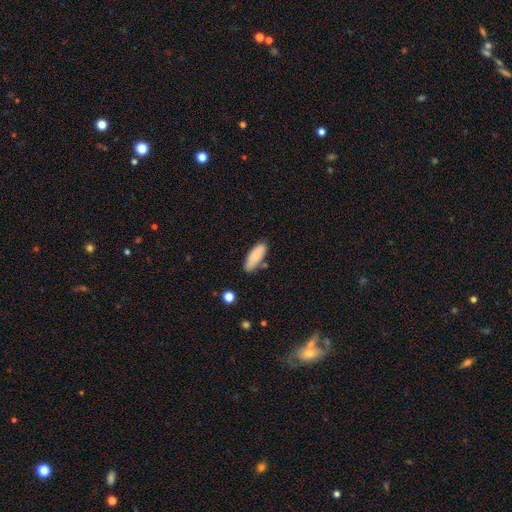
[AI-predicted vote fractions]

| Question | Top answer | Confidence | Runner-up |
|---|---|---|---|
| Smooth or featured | smooth | 85% | featured or disk (9%) |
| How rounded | in between | 66% | cigar-shaped (32%) |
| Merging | none | 74% | minor disturbance (17%) |